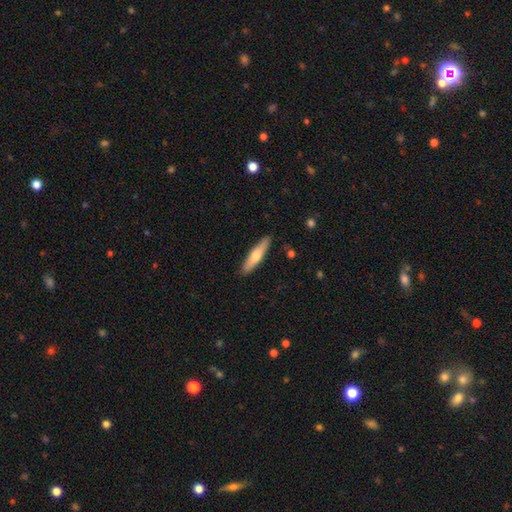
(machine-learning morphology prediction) A smooth galaxy with no disk features (61%) that is cigar-shaped (80%).

Vote fractions:
- Smooth or featured? smooth: 61% / featured or disk: 34% / star or artifact: 5%
- How rounded? cigar-shaped: 80% / in between: 19% / round: 2%
- Merging? none: 88% / minor disturbance: 9% / major disturbance: 2% / merger: 1%